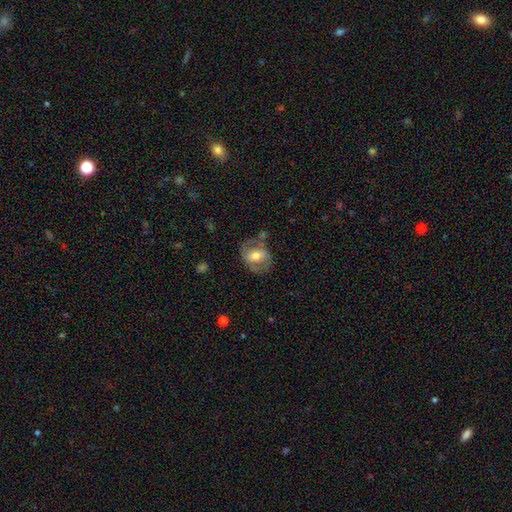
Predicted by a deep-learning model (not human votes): smooth-or-featured: featured or disk: 52% | smooth: 41% | star or artifact: 7%
  disk-edge-on: no: 95% | yes: 5%
  merging: none: 59% | minor disturbance: 22% | major disturbance: 13% | merger: 6%